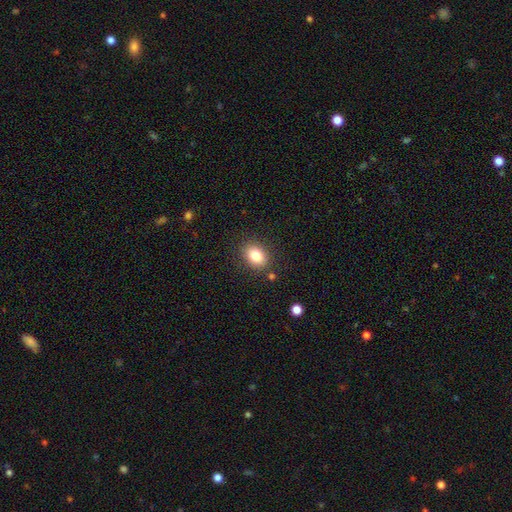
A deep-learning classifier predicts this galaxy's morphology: Smooth or featured: smooth — 82% (star or artifact — 10%)
How rounded: in between — 68% (round — 31%)
Merging: none — 86% (minor disturbance — 9%)